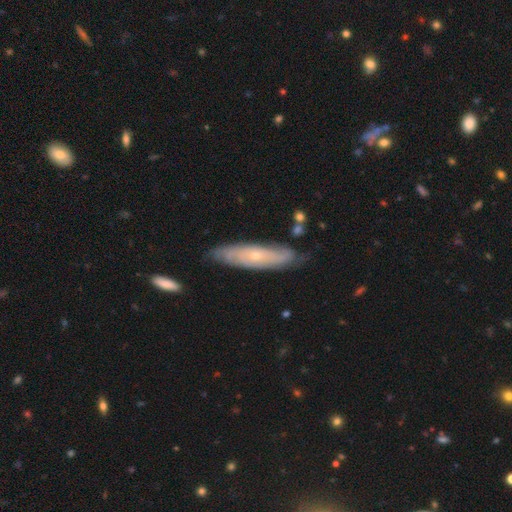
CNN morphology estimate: smooth_or_featured: featured or disk (p=0.64) [alt: smooth p=0.29]
disk_edge_on: no (p=0.67) [alt: yes p=0.33]
merging: none (p=0.75) [alt: minor disturbance p=0.18]